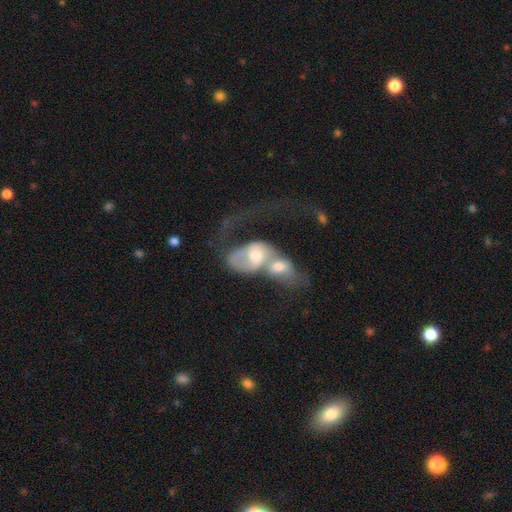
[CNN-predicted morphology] The model was most divided on "spiral arms": yes: 57%, no: 43%. More confident: edge-on disk — no (94%); merging — merger (81%); bar — no (69%); bulge size — moderate (63%); smooth or featured — featured or disk (58%).